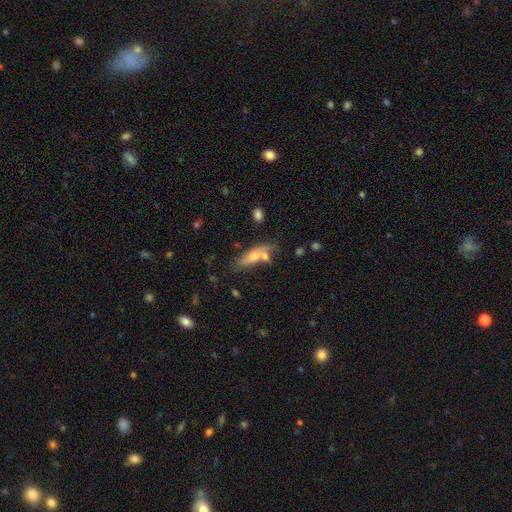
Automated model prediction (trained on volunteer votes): This is likely a smooth galaxy (63%). How rounded: possibly cigar-shaped (49%). Merging: possibly none (50%).